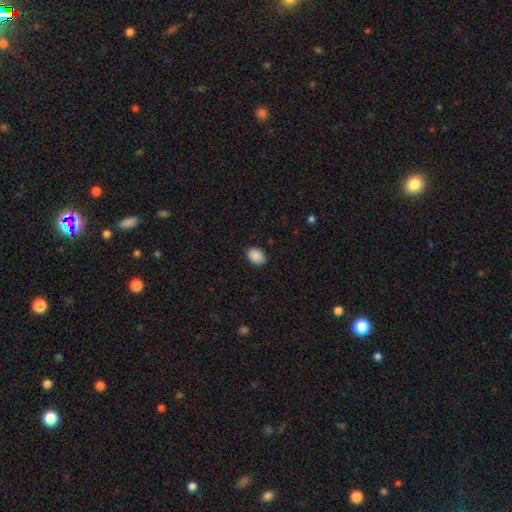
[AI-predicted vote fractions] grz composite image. It shows a smooth galaxy with no disk features (90%) that is in between round and cigar-shaped (79%). Merging: none (87%).